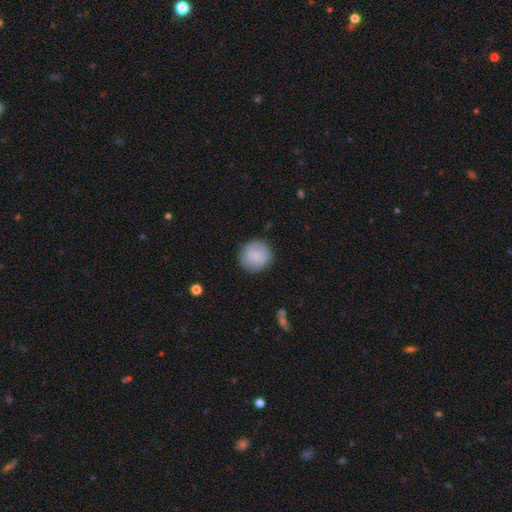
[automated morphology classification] A smooth galaxy with no disk features (83%) that is round (94%).

Vote fractions:
- Smooth or featured? smooth: 83% / featured or disk: 10% / star or artifact: 7%
- How rounded? round: 94% / in between: 5% / cigar-shaped: 1%
- Merging? none: 85% / minor disturbance: 11% / major disturbance: 3% / merger: 1%